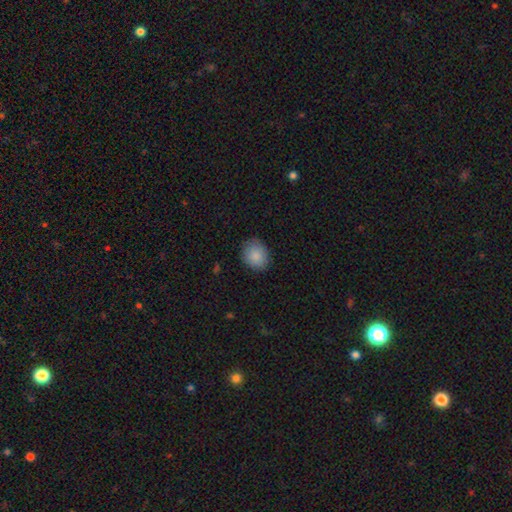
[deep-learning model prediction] smooth_or_featured: smooth (p=0.88) [alt: star or artifact p=0.07]
how_rounded: round (p=0.60) [alt: in between p=0.39]
merging: none (p=0.83) [alt: minor disturbance p=0.13]